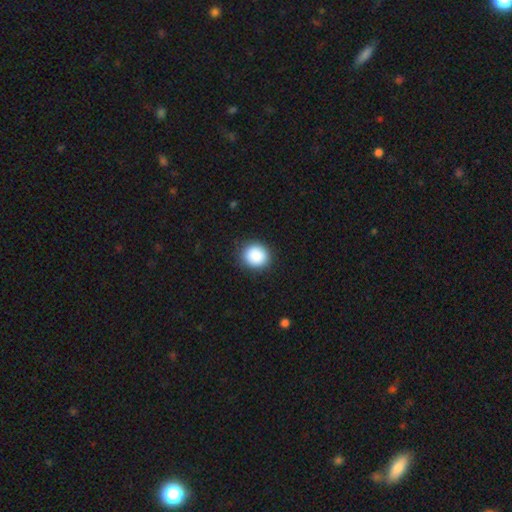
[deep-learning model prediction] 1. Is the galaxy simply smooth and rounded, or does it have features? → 89% smooth, 8% star or artifact, 3% featured or disk.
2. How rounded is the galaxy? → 84% round, 15% in between, 1% cigar-shaped.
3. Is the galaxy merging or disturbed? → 90% none, 7% minor disturbance, 2% major disturbance, 1% merger.